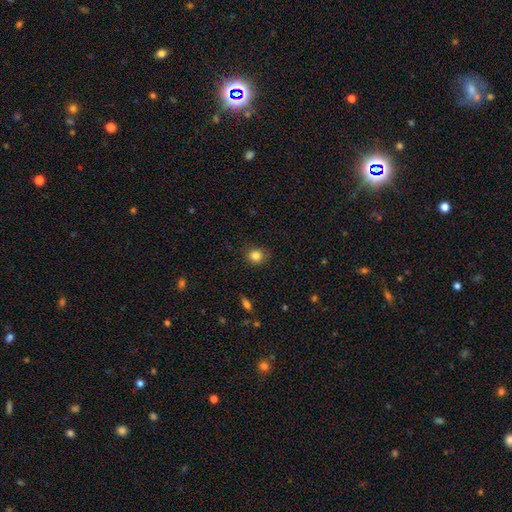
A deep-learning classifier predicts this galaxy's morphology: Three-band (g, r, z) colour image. It shows a smooth galaxy with no disk features (84%) that is round (79%). Merging: none (79%).